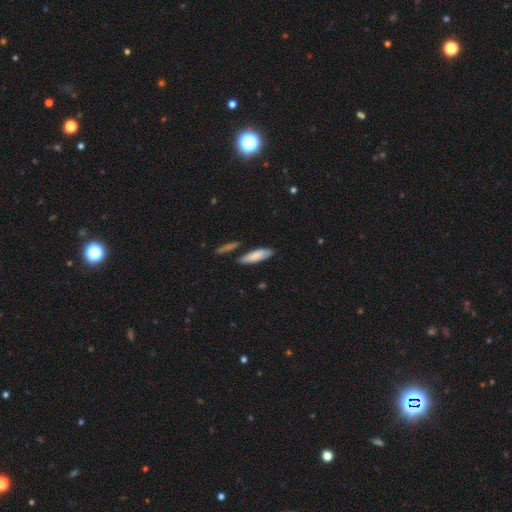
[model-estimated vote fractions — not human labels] Smooth or featured?
  - smooth: 80% *
  - featured or disk: 14%
  - star or artifact: 6%
How rounded?
  - cigar-shaped: 55% *
  - in between: 43%
  - round: 2%
Merging?
  - none: 76% *
  - minor disturbance: 15%
  - merger: 7%
  - major disturbance: 3%